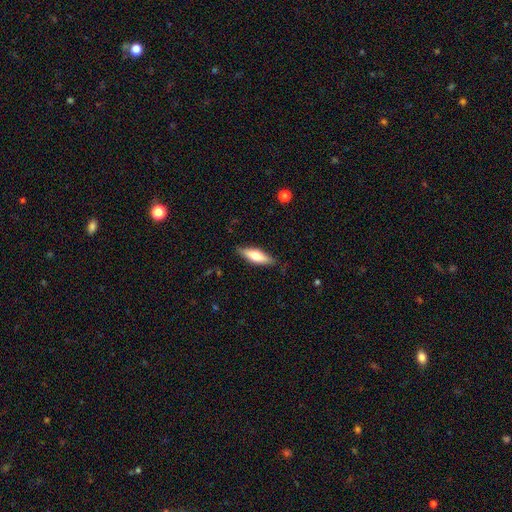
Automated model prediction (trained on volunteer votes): smooth 62%, featured or disk 32%, star or artifact 6%. Down the decision tree: how rounded — cigar-shaped (52%); merging — none (83%).